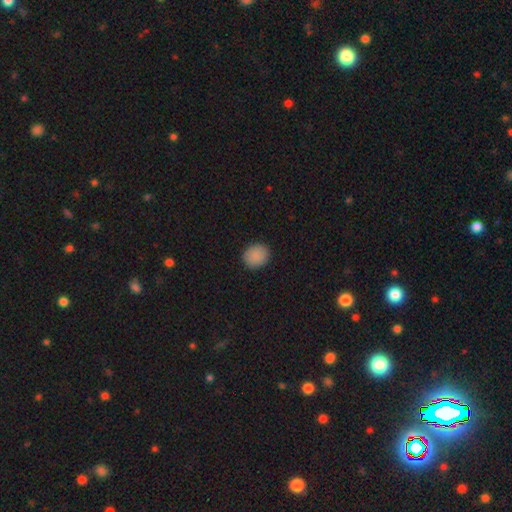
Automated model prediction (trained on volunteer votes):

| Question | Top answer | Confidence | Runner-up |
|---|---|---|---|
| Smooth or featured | smooth | 89% | star or artifact (8%) |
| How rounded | round | 71% | in between (28%) |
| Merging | none | 90% | minor disturbance (7%) |